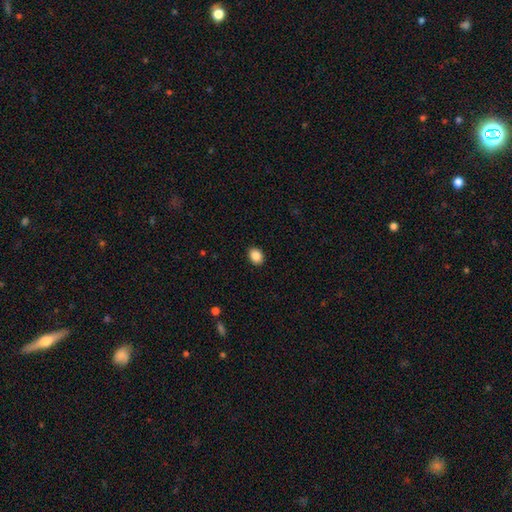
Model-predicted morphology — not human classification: Smooth or featured?
  - smooth: 88% *
  - star or artifact: 9%
  - featured or disk: 4%
How rounded?
  - in between: 62% *
  - round: 37%
  - cigar-shaped: 1%
Merging?
  - none: 91% *
  - minor disturbance: 7%
  - major disturbance: 2%
  - merger: 1%